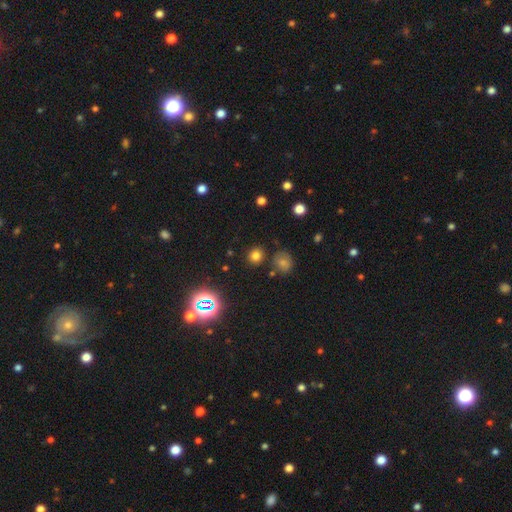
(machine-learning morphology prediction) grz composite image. It shows a smooth galaxy with no disk features (71%) that is round (85%). Merging: none (84%).